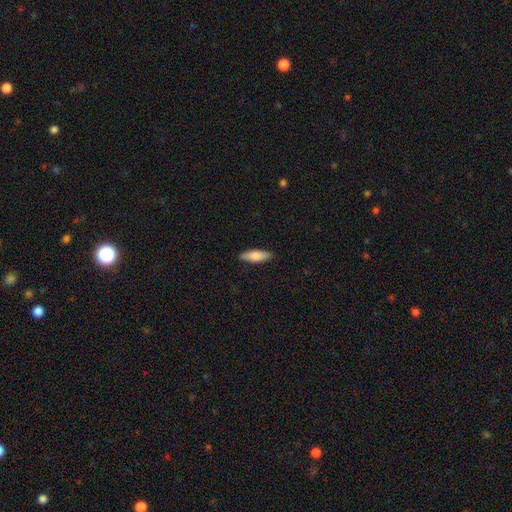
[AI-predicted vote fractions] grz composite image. It shows a smooth galaxy with no disk features (82%) that is in between round and cigar-shaped (54%). Merging: none (87%).